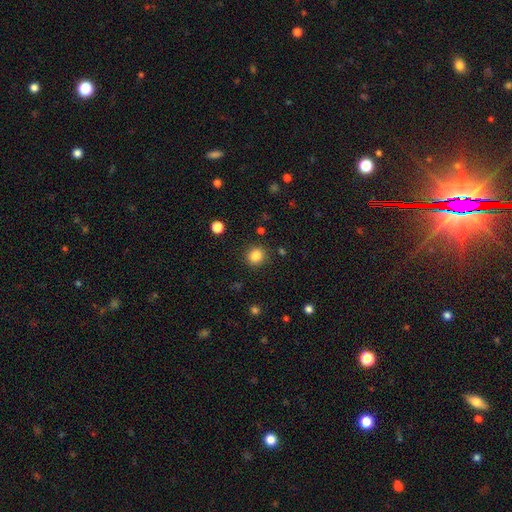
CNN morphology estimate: smooth_or_featured: smooth (p=0.84) [alt: star or artifact p=0.11]
how_rounded: round (p=0.89) [alt: in between p=0.10]
merging: none (p=0.89) [alt: minor disturbance p=0.07]